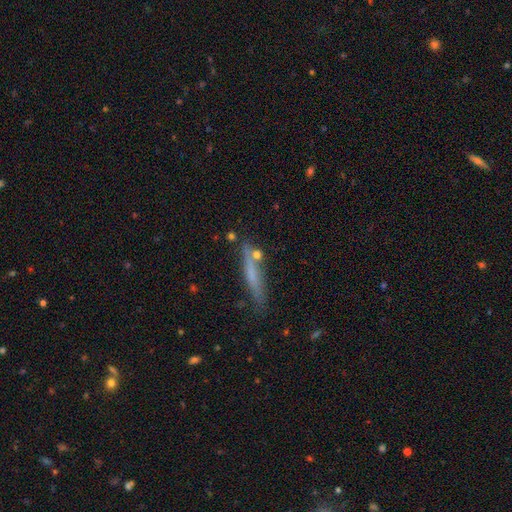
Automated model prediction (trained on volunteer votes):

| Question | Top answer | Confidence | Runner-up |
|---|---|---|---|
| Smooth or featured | smooth | 55% | featured or disk (36%) |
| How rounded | cigar-shaped | 88% | in between (9%) |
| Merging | none | 72% | minor disturbance (16%) |